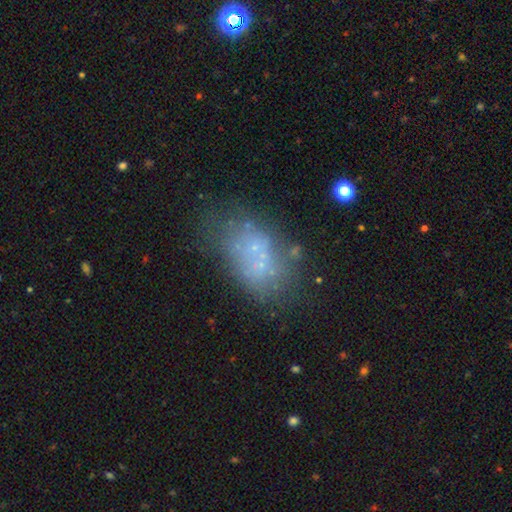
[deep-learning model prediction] This is marginally a featured or disk galaxy (41%). Merging: possibly none (46%).